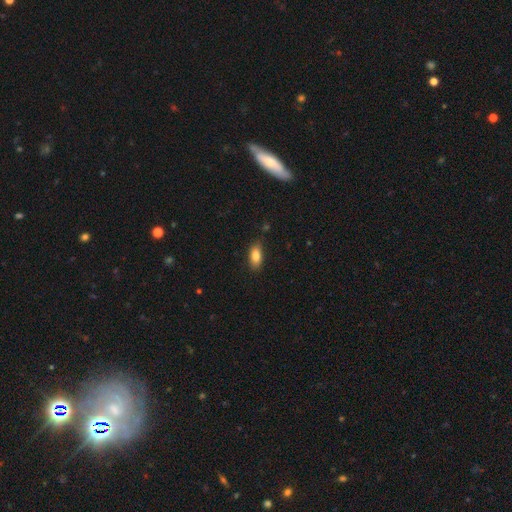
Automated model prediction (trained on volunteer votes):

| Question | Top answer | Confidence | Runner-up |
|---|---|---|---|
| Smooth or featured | smooth | 84% | featured or disk (8%) |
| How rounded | in between | 86% | cigar-shaped (9%) |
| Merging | none | 80% | minor disturbance (15%) |